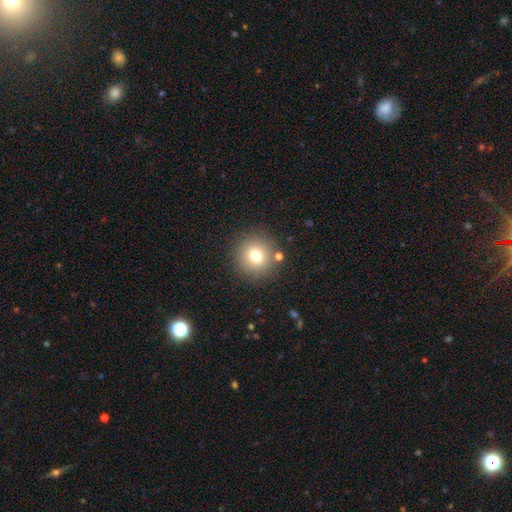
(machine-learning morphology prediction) smooth-or-featured: smooth: 74% | star or artifact: 14% | featured or disk: 12%
  how-rounded: round: 94% | in between: 5% | cigar-shaped: 1%
  merging: none: 85% | minor disturbance: 7% | merger: 4% | major disturbance: 3%